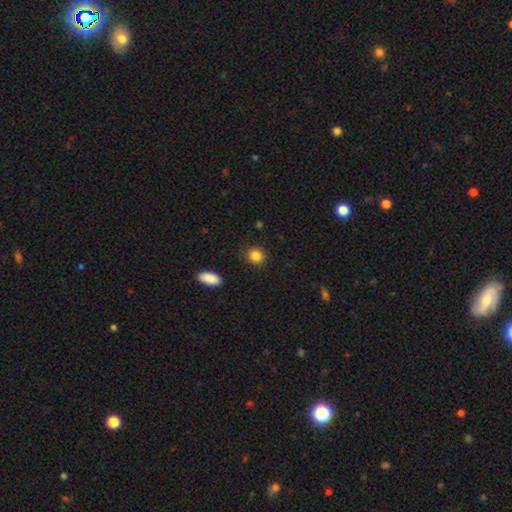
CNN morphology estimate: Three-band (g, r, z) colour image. It shows a smooth galaxy with no disk features (86%) that is round (82%). Merging: none (89%).